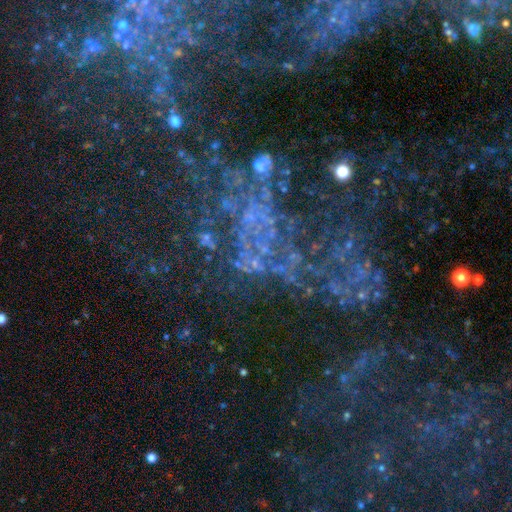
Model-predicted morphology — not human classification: smooth_or_featured: featured or disk (p=0.48) [alt: star or artifact p=0.39]
merging: none (p=0.40) [alt: major disturbance p=0.35]